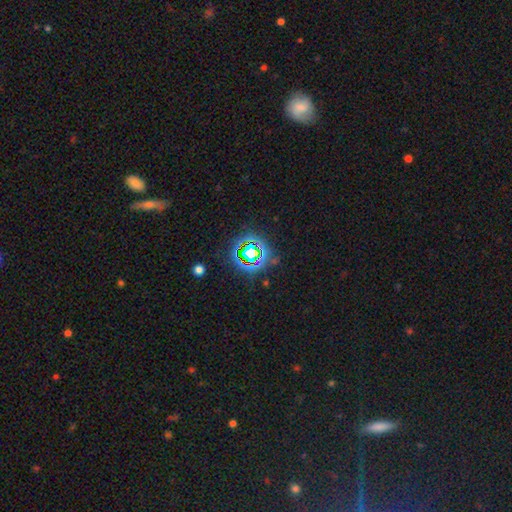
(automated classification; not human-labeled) Smooth or featured?
  - star or artifact: 74% *
  - smooth: 15%
  - featured or disk: 11%